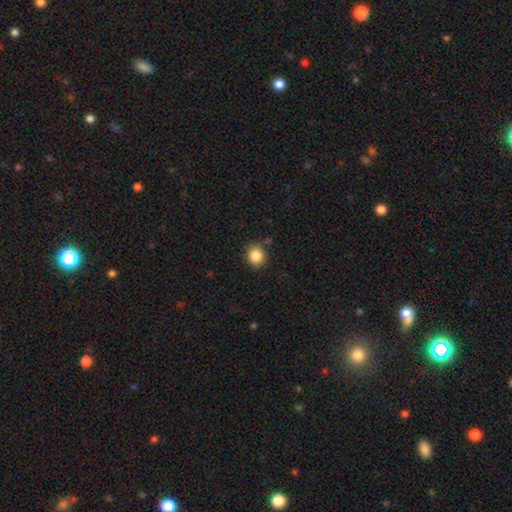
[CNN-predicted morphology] type=smooth (86%); roundness=round (79%); merging=none (83%).